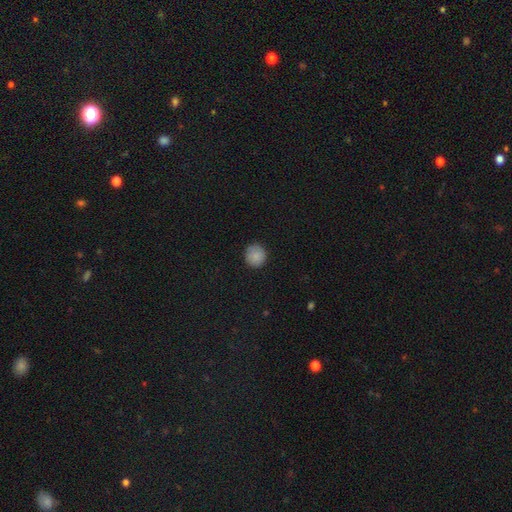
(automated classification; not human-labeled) Overall: smooth (86%). How rounded: round (93%). Merging: none (88%).